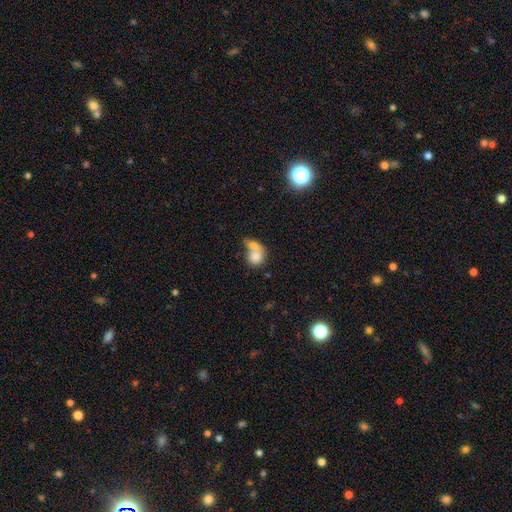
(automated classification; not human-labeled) The model was most divided on "how rounded": round: 59%, in between: 40%, cigar-shaped: 2%. More confident: smooth or featured — smooth (77%); merging — merger (67%).